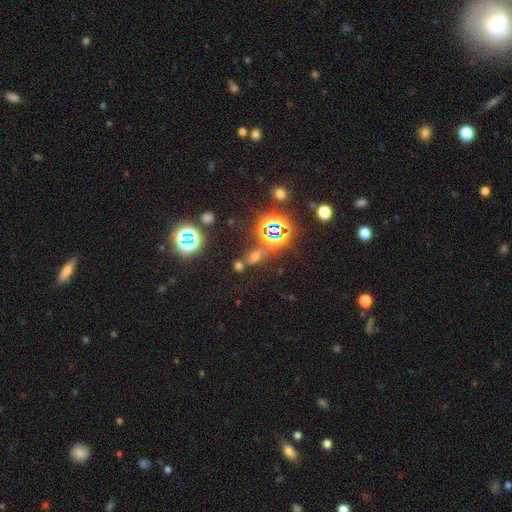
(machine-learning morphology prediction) Q: Smooth or featured?
A: star or artifact (58%); runner-up: smooth (30%)